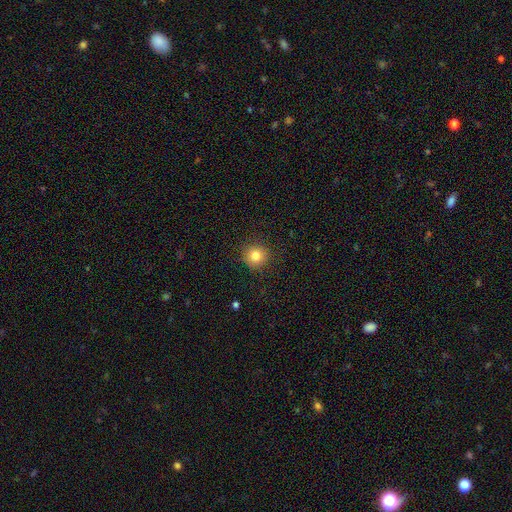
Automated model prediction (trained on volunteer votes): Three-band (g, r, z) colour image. It shows a smooth galaxy with no disk features (81%) that is round (93%). Merging: none (89%).